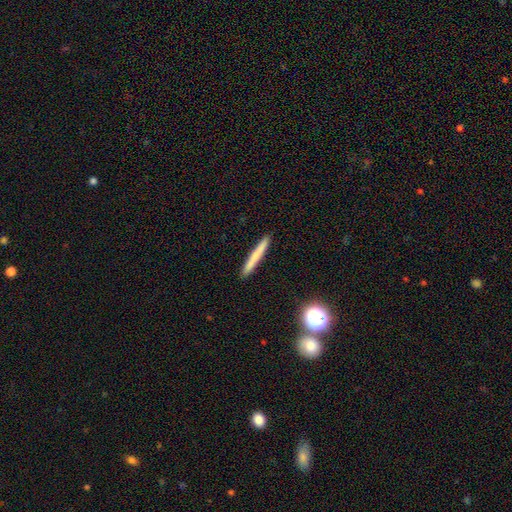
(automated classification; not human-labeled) smooth_or_featured: smooth (p=0.67) [alt: featured or disk p=0.25]
how_rounded: cigar-shaped (p=0.96) [alt: in between p=0.03]
merging: none (p=0.92) [alt: minor disturbance p=0.05]